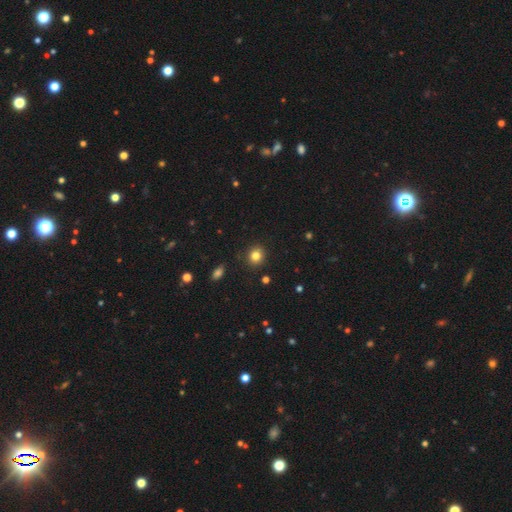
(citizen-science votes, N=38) smooth 87%, featured or disk 8%, star or artifact 5%. Down the decision tree: how rounded — round (94%); merging — none (94%).